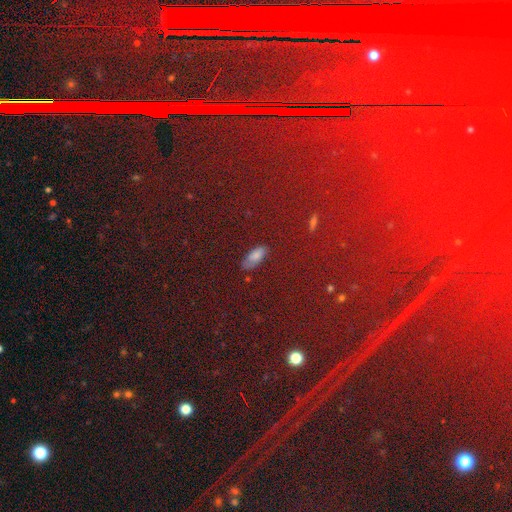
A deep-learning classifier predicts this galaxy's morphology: A smooth galaxy with no disk features (60%) that is in between round and cigar-shaped (75%). Merging: none (78%).